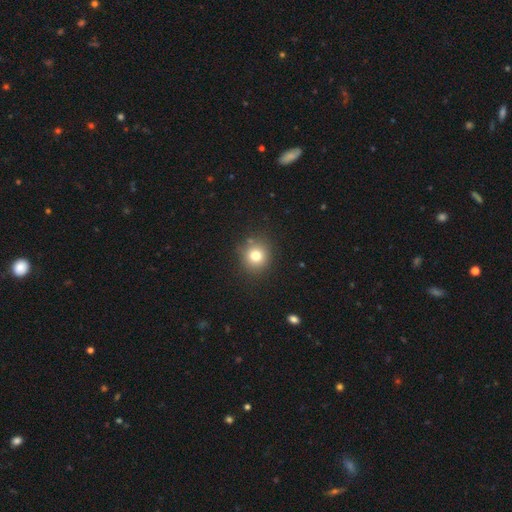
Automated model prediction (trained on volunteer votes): A smooth galaxy with no disk features (77%) that is round (88%).

Vote fractions:
- Smooth or featured? smooth: 77% / star or artifact: 14% / featured or disk: 9%
- How rounded? round: 88% / in between: 11% / cigar-shaped: 1%
- Merging? none: 86% / minor disturbance: 9% / major disturbance: 3% / merger: 3%